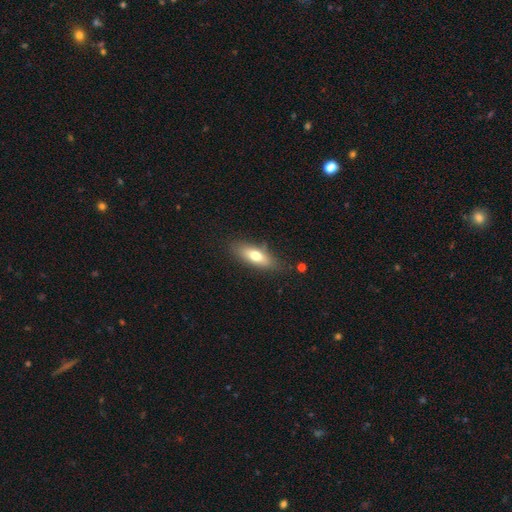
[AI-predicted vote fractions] Smooth or featured: smooth — 69% (featured or disk — 24%)
How rounded: in between — 66% (cigar-shaped — 31%)
Merging: none — 78% (minor disturbance — 16%)